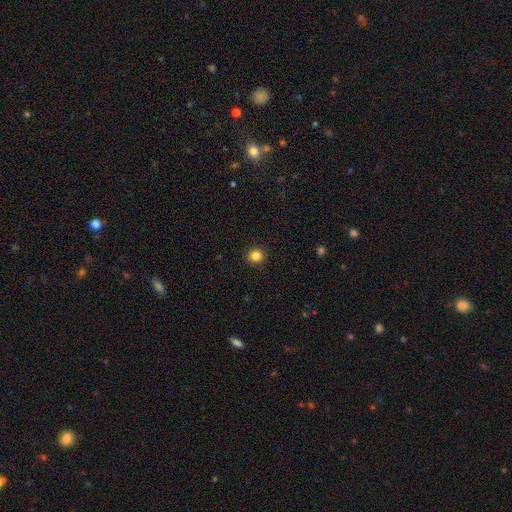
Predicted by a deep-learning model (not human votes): A smooth galaxy with no disk features (84%) that is round (90%). Merging: none (93%).